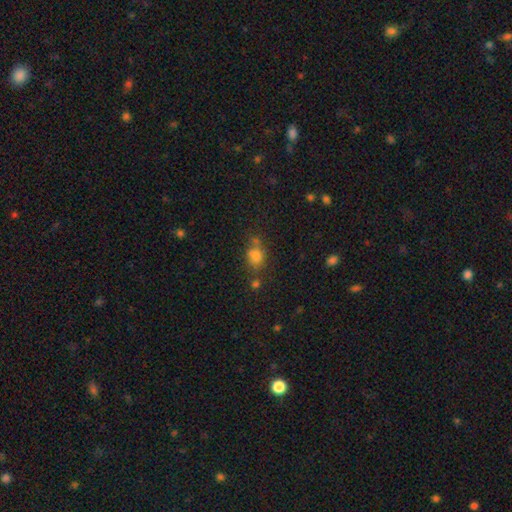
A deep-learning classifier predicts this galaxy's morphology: Smooth or featured?
  - smooth: 71% *
  - star or artifact: 19%
  - featured or disk: 10%
How rounded?
  - round: 56% *
  - in between: 42%
  - cigar-shaped: 2%
Merging?
  - none: 57% *
  - merger: 20%
  - minor disturbance: 16%
  - major disturbance: 7%